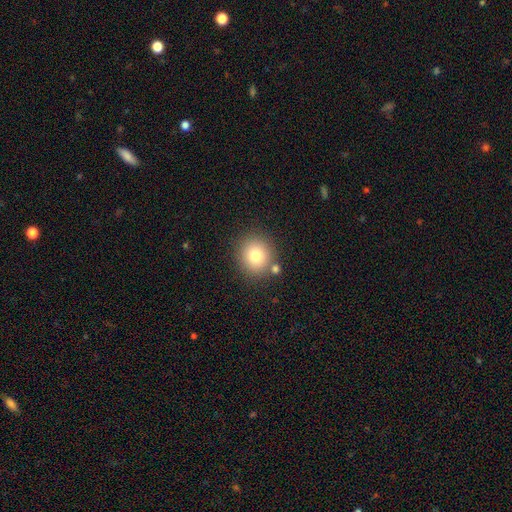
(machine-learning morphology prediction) Smooth or featured? Predicted: smooth (p=0.77). How rounded? Predicted: round (p=0.88). Merging? Predicted: none (p=0.80).